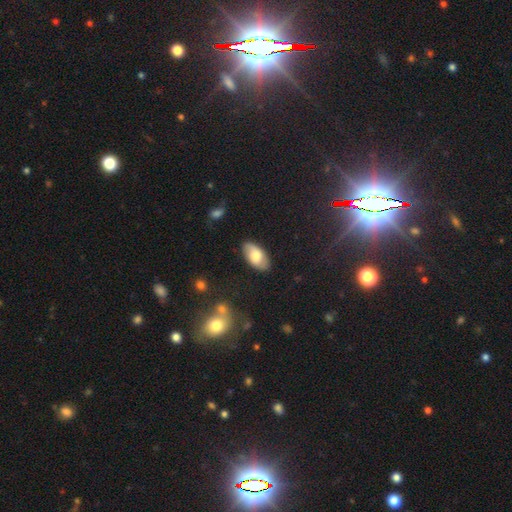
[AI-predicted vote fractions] smooth-or-featured: smooth: 68% | featured or disk: 26% | star or artifact: 7%
  how-rounded: in between: 94% | round: 3% | cigar-shaped: 3%
  merging: none: 84% | minor disturbance: 12% | major disturbance: 3% | merger: 1%